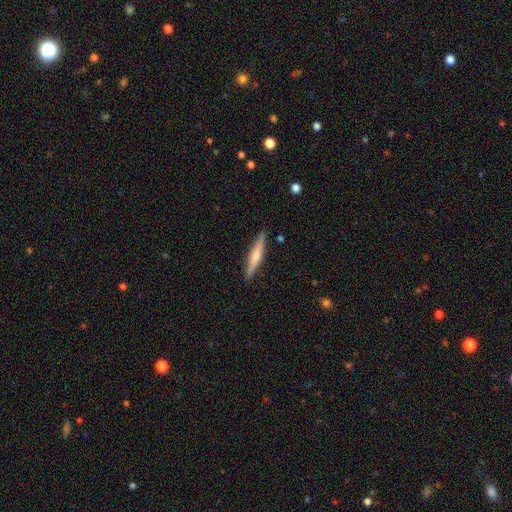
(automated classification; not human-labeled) featured or disk 51%, smooth 44%, star or artifact 5%. Down the decision tree: edge-on disk — yes (97%); merging — none (90%).